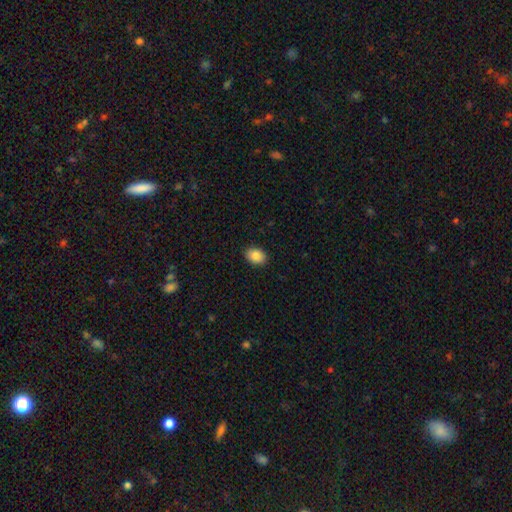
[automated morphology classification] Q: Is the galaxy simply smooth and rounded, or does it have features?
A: smooth — 87%.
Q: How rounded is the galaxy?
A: in between — 76%.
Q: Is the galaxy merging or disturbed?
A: none — 90%.